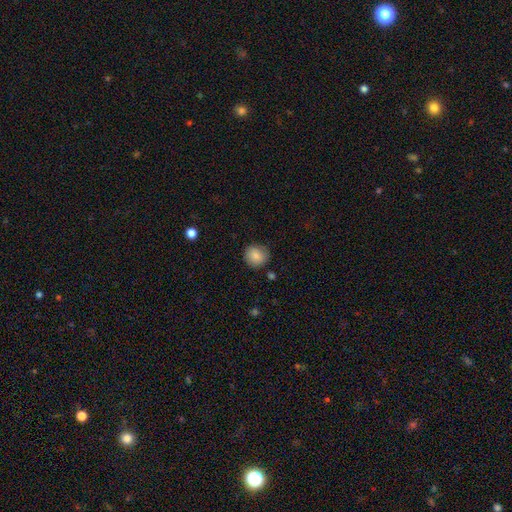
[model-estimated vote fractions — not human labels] Smooth or featured? Predicted: smooth (p=0.85). How rounded? Predicted: round (p=0.90). Merging? Predicted: none (p=0.83).